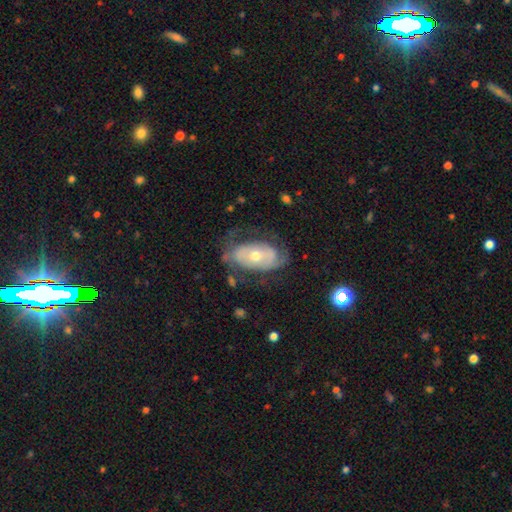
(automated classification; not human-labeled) The model was most divided on "bulge size": moderate: 58%, small: 36%, large: 4%, none: 1%, dominant: 1%. More confident: edge-on disk — no (92%); bar — no (73%); smooth or featured — featured or disk (66%); spiral arms — yes (64%); merging — none (56%).